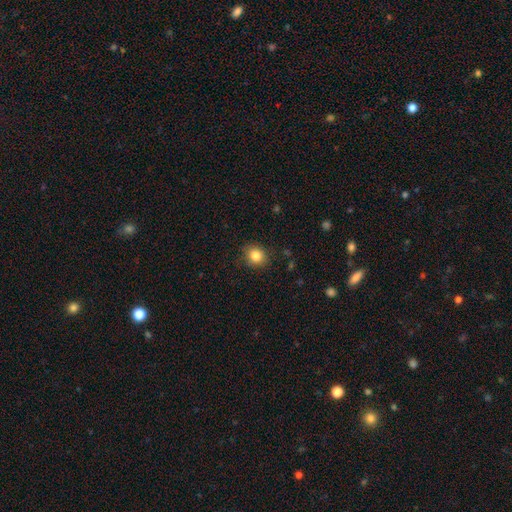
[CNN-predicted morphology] A smooth galaxy with no disk features (84%) that is round (75%). Merging: none (85%).